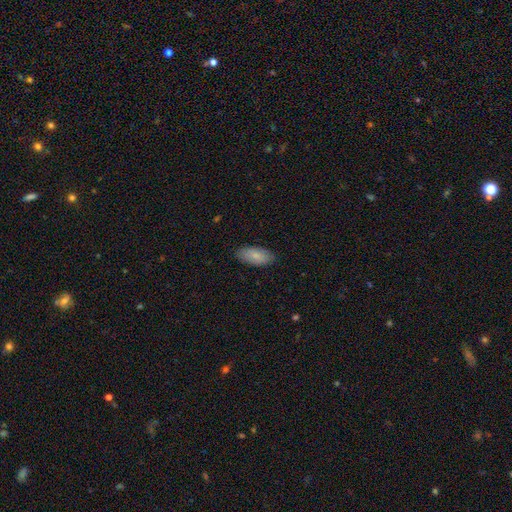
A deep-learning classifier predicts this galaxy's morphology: Q: Smooth or featured?
A: smooth (82%); runner-up: featured or disk (12%)
Q: How rounded?
A: in between (90%); runner-up: cigar-shaped (8%)
Q: Merging?
A: none (85%); runner-up: minor disturbance (11%)